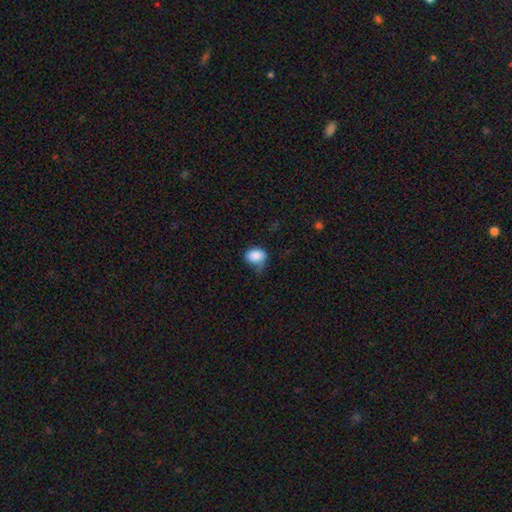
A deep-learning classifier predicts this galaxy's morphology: smooth 85%, star or artifact 8%, featured or disk 7%. Down the decision tree: how rounded — in between (65%); merging — none (42%).